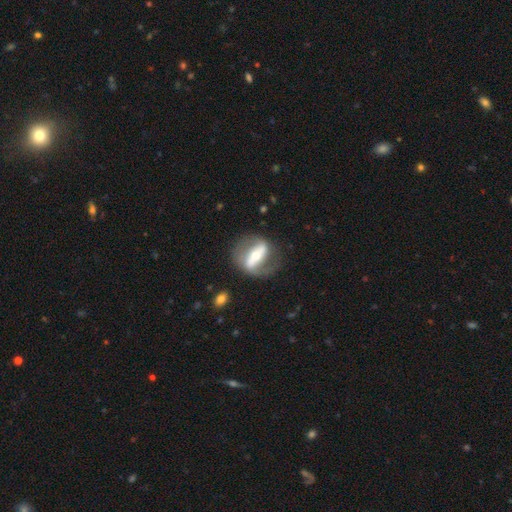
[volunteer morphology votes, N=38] Q: Smooth or featured?
A: featured or disk (76%); runner-up: smooth (18%)
Q: Edge-on disk?
A: no (90%); runner-up: yes (10%)
Q: Bar?
A: strong (69%); runner-up: no (23%)
Q: Spiral arms?
A: yes (62%); runner-up: no (38%)
Q: Spiral winding?
A: medium (44%); runner-up: loose (38%)
Q: Spiral arm count?
A: 2 (81%); runner-up: 1 (12%)
Q: Bulge size?
A: moderate (62%); runner-up: large (19%)
Q: Merging?
A: none (78%); runner-up: minor disturbance (11%)